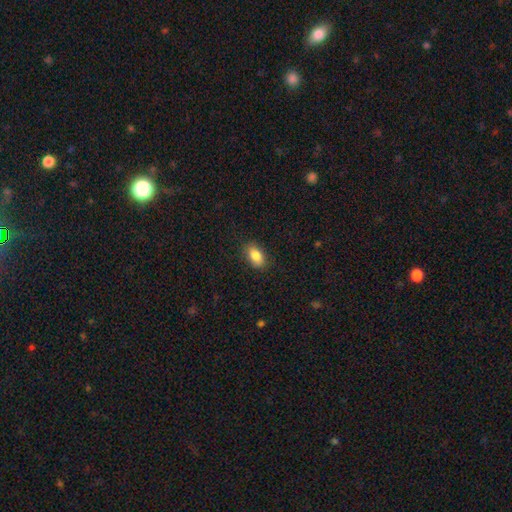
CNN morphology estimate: A smooth galaxy with no disk features (86%) that is in between round and cigar-shaped (90%).

Vote fractions:
- Smooth or featured? smooth: 86% / star or artifact: 8% / featured or disk: 6%
- How rounded? in between: 90% / round: 8% / cigar-shaped: 2%
- Merging? none: 87% / minor disturbance: 10% / major disturbance: 2% / merger: 1%